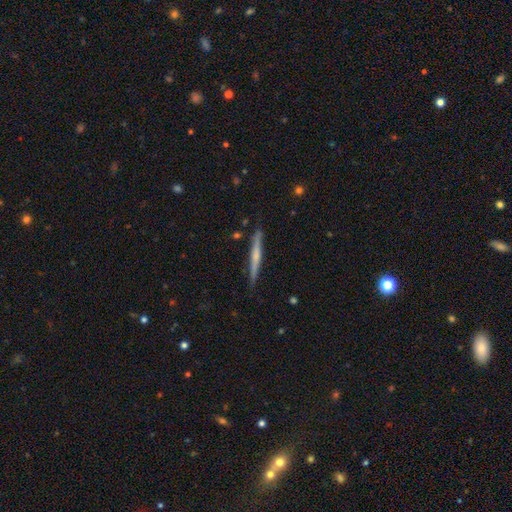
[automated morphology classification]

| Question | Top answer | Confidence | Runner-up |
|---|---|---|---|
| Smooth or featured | featured or disk | 53% | smooth (42%) |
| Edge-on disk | yes | 97% | no (3%) |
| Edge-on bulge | none | 50% | rounded (40%) |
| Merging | none | 87% | minor disturbance (10%) |